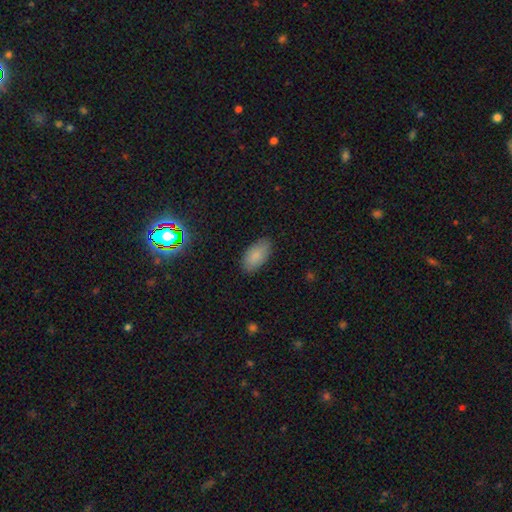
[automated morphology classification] smooth-or-featured: smooth: 85% | star or artifact: 8% | featured or disk: 7%
  how-rounded: in between: 94% | cigar-shaped: 4% | round: 3%
  merging: none: 85% | minor disturbance: 12% | major disturbance: 3% | merger: 1%